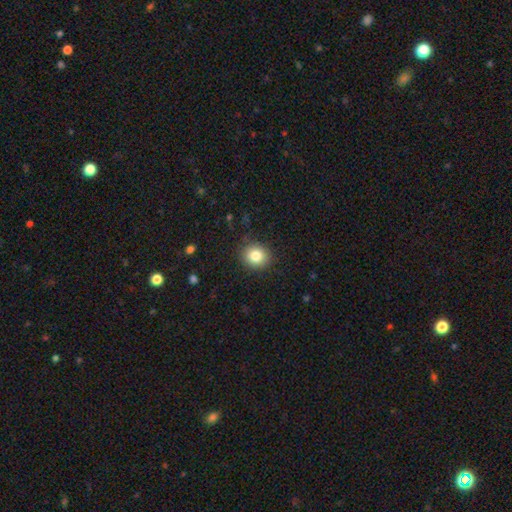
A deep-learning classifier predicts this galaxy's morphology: This is clearly a smooth galaxy (82%). How rounded: likely round (79%). Merging: clearly none (89%).